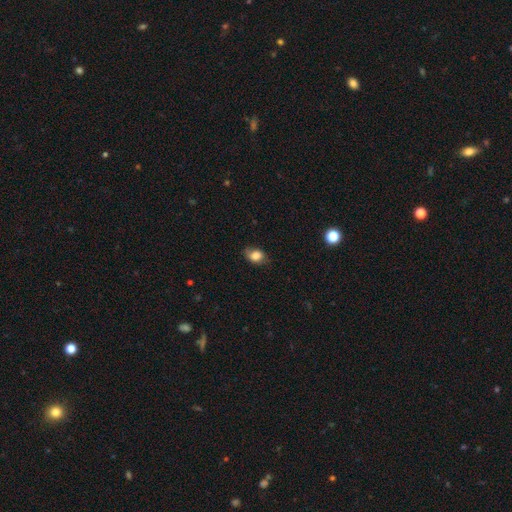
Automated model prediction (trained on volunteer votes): A smooth galaxy with no disk features (82%) that is in between round and cigar-shaped (71%).

Vote fractions:
- Smooth or featured? smooth: 82% / featured or disk: 10% / star or artifact: 9%
- How rounded? in between: 71% / round: 27% / cigar-shaped: 2%
- Merging? none: 71% / minor disturbance: 23% / major disturbance: 5% / merger: 1%